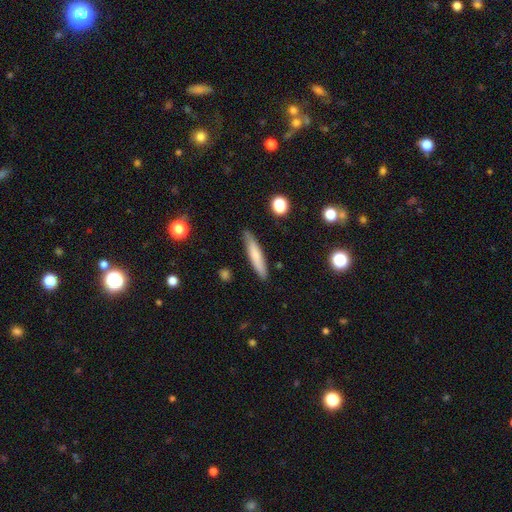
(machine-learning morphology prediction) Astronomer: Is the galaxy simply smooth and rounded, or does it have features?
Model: smooth — 71%.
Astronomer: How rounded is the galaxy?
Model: cigar-shaped — 89%.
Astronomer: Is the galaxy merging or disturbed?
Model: none — 86%.